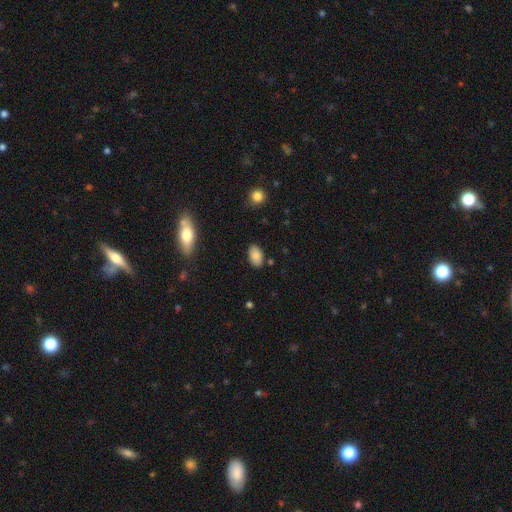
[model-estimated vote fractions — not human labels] Smooth or featured? Predicted: smooth (p=0.84). How rounded? Predicted: in between (p=0.92). Merging? Predicted: none (p=0.84).